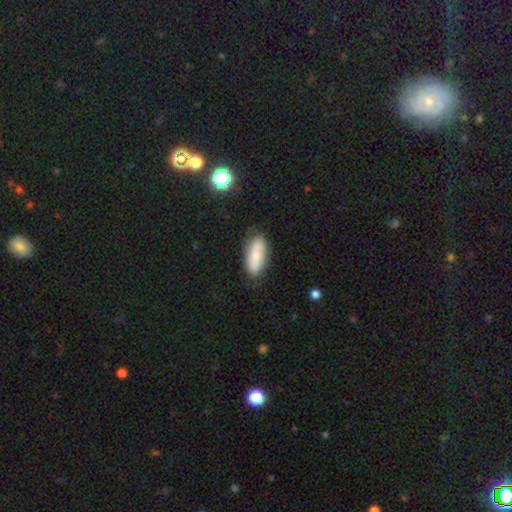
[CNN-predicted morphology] This is likely a smooth galaxy (74%). How rounded: likely in between (76%). Merging: clearly none (82%).